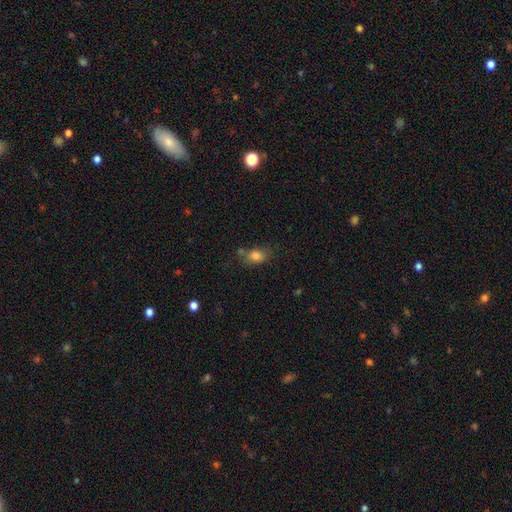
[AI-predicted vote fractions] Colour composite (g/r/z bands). It shows a smooth galaxy with no disk features (81%) that is in between round and cigar-shaped (66%). Merging: none (61%).